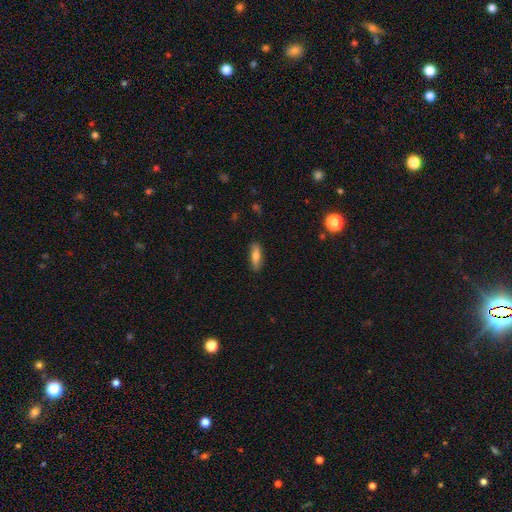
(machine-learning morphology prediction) The model was most divided on "how rounded": in between: 50%, cigar-shaped: 47%, round: 3%. More confident: merging — none (86%); smooth or featured — smooth (66%).